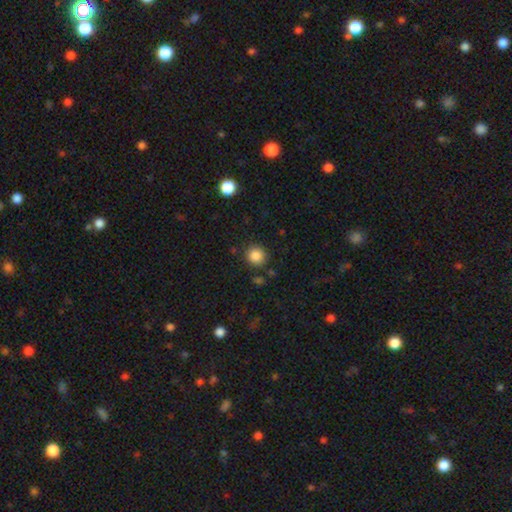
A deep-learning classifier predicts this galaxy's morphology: smooth-or-featured: smooth: 86% | star or artifact: 10% | featured or disk: 4%
  how-rounded: round: 92% | in between: 7% | cigar-shaped: 1%
  merging: none: 87% | minor disturbance: 8% | merger: 3% | major disturbance: 3%